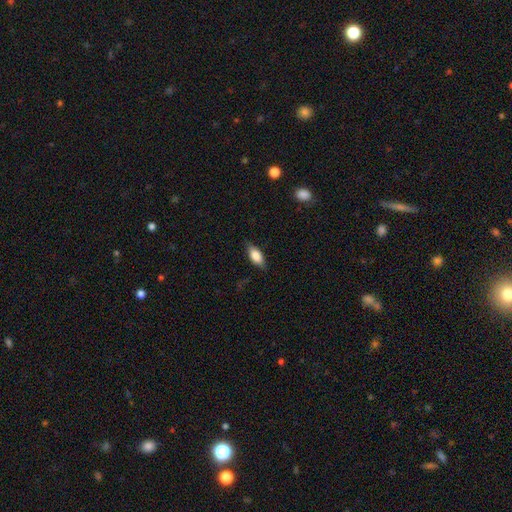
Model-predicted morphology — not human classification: This is likely a smooth galaxy (76%). How rounded: clearly in between (83%). Merging: clearly none (80%).